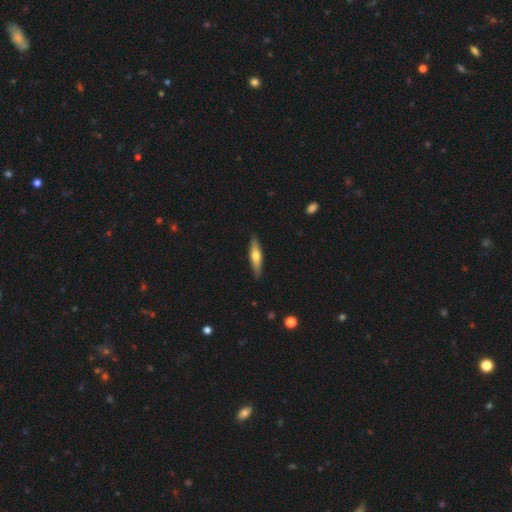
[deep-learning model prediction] Q: Smooth or featured?
A: smooth (53%); runner-up: featured or disk (42%)
Q: How rounded?
A: cigar-shaped (78%); runner-up: in between (20%)
Q: Merging?
A: none (89%); runner-up: minor disturbance (8%)